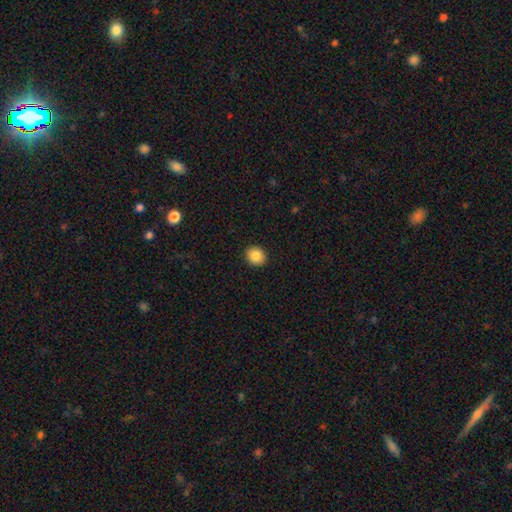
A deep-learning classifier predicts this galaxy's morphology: smooth 86%, star or artifact 9%, featured or disk 5%. Down the decision tree: how rounded — round (66%); merging — none (92%).